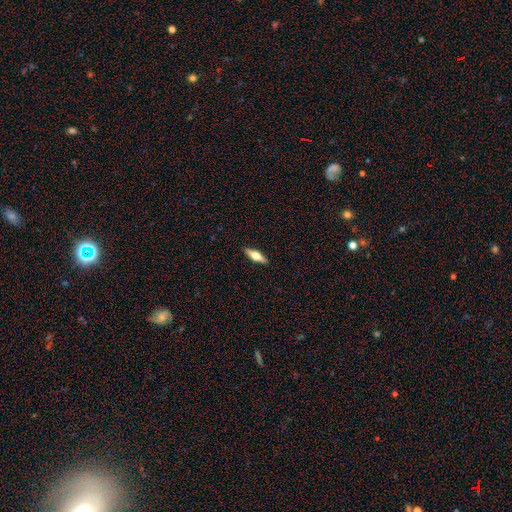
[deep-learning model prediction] Smooth or featured?
  - smooth: 50% *
  - featured or disk: 43%
  - star or artifact: 6%
How rounded?
  - in between: 49% *
  - cigar-shaped: 48%
  - round: 3%
Merging?
  - none: 90% *
  - minor disturbance: 7%
  - major disturbance: 2%
  - merger: 1%